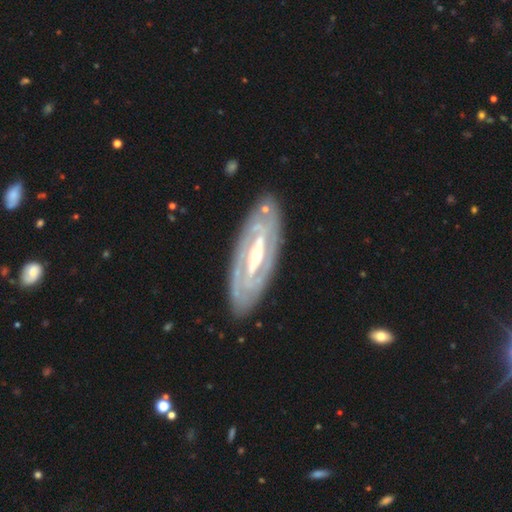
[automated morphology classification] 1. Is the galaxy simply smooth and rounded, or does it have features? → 87% featured or disk, 9% smooth, 4% star or artifact.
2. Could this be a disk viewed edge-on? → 86% no, 14% yes.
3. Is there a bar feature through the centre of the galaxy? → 49% strong, 30% weak, 21% no.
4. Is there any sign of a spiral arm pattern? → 82% yes, 18% no.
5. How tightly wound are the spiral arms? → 71% tight, 22% medium, 7% loose.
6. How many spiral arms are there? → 45% 2, 34% can't tell, 9% 3, 5% 4, 4% 1, 4% more than 4.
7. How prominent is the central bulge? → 61% moderate, 32% small, 4% large, 1% dominant, 1% none.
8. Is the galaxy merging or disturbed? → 84% none, 11% minor disturbance, 3% major disturbance, 2% merger.